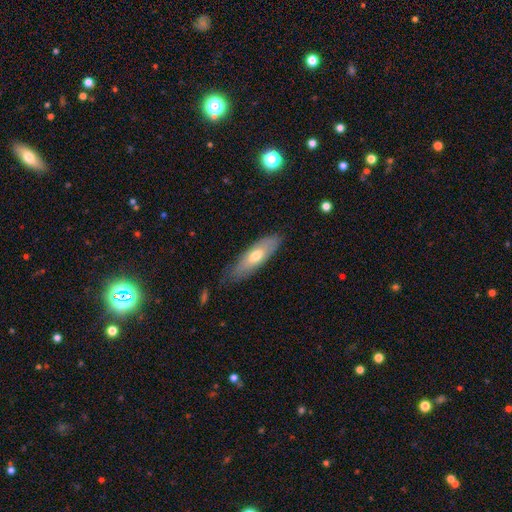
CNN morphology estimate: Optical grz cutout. It shows a smooth galaxy with no disk features (61%) that is in between round and cigar-shaped (50%). Merging: none (75%).